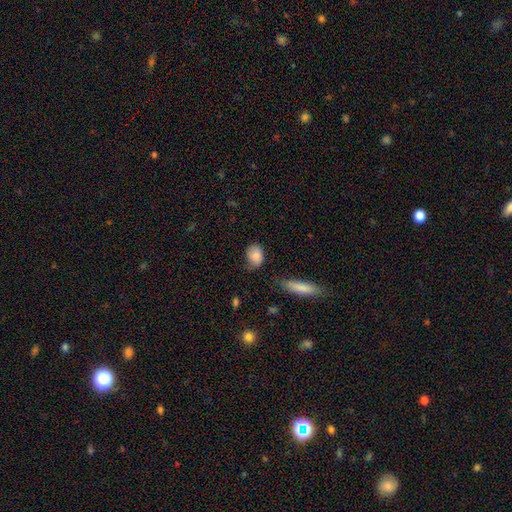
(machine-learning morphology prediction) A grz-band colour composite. It shows a smooth galaxy with no disk features (83%) that is in between round and cigar-shaped (73%). Merging: none (59%).